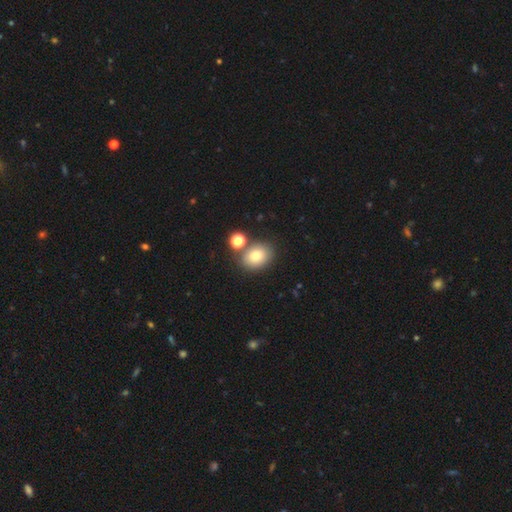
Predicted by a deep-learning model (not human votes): Smooth or featured: smooth — 79% (featured or disk — 10%)
How rounded: in between — 59% (round — 40%)
Merging: none — 69% (merger — 16%)